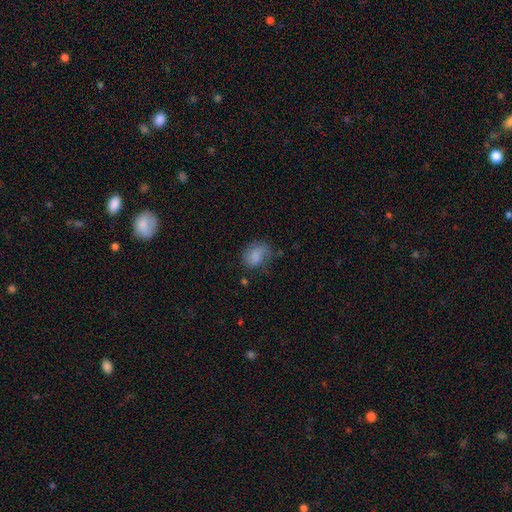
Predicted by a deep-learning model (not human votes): The model was most divided on "merging": none: 52%, minor disturbance: 30%, major disturbance: 15%, merger: 3%. More confident: smooth or featured — smooth (75%); how rounded — in between (64%).